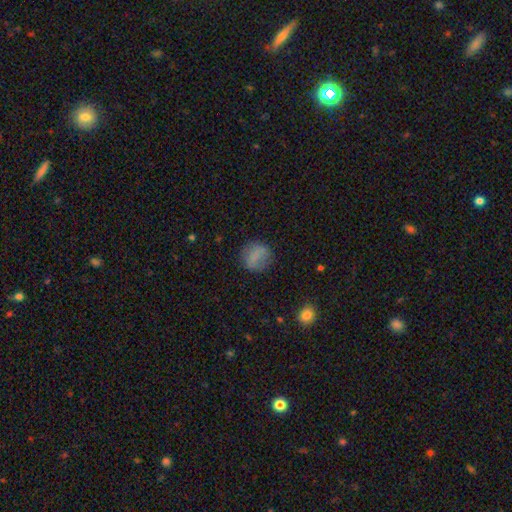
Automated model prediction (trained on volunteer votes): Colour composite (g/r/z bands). It shows a smooth galaxy with no disk features (76%) that is round (75%). Merging: none (78%).